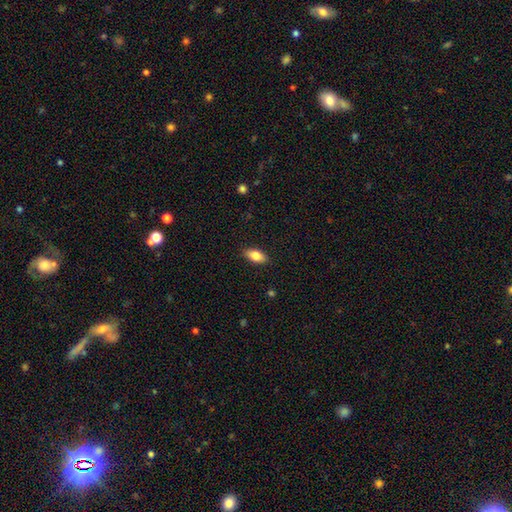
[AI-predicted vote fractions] smooth 81%, featured or disk 12%, star or artifact 7%. Down the decision tree: how rounded — in between (88%); merging — none (89%).